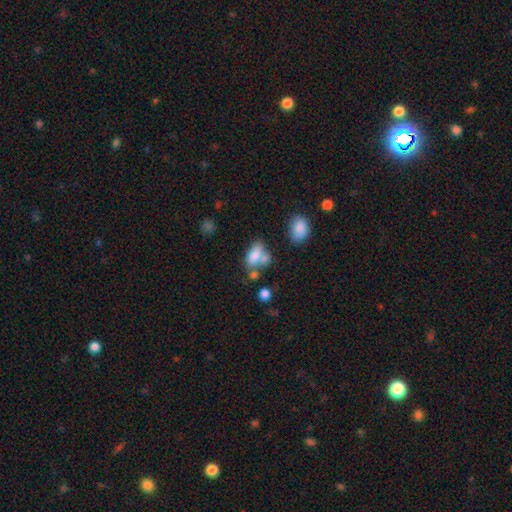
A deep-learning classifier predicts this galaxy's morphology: Smooth or featured? smooth (75%)
How rounded? in between (86%)
Merging? merger (41%)